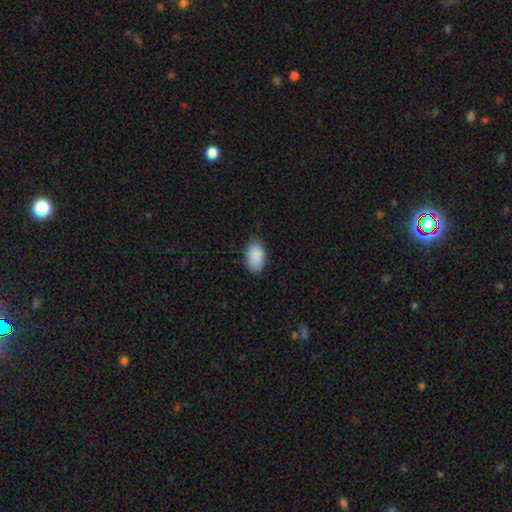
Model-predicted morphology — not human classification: Q: Smooth or featured?
A: smooth (90%); runner-up: star or artifact (6%)
Q: How rounded?
A: in between (94%); runner-up: round (5%)
Q: Merging?
A: none (80%); runner-up: minor disturbance (17%)